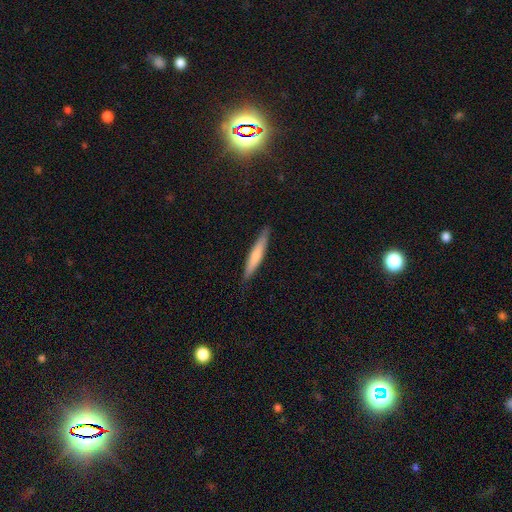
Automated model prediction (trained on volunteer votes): Smooth or featured? smooth (67%)
How rounded? cigar-shaped (93%)
Merging? none (88%)